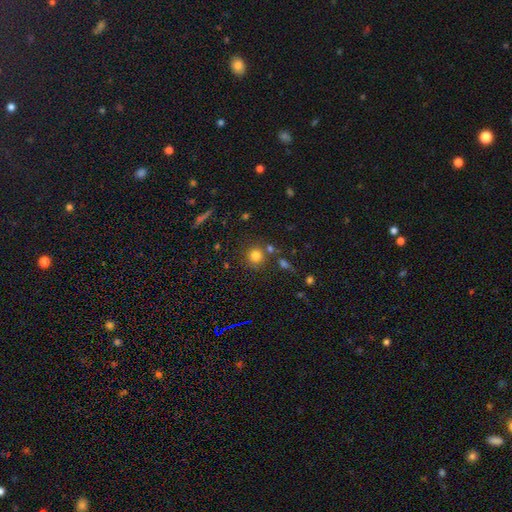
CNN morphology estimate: Q: Smooth or featured?
A: smooth (78%); runner-up: star or artifact (14%)
Q: How rounded?
A: round (90%); runner-up: in between (9%)
Q: Merging?
A: none (76%); runner-up: merger (11%)